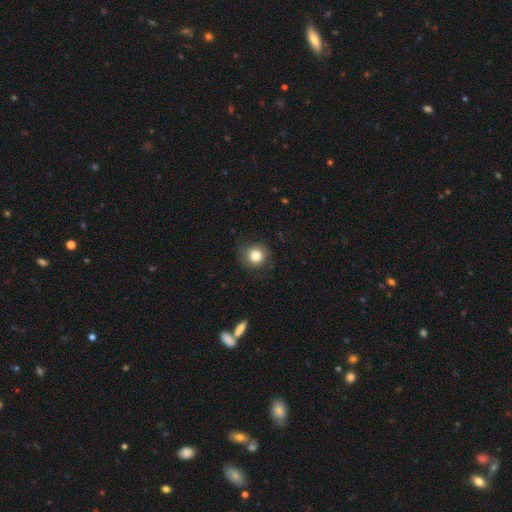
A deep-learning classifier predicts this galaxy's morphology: smooth_or_featured: smooth (p=0.82) [alt: star or artifact p=0.10]
how_rounded: round (p=0.90) [alt: in between p=0.09]
merging: none (p=0.82) [alt: minor disturbance p=0.13]